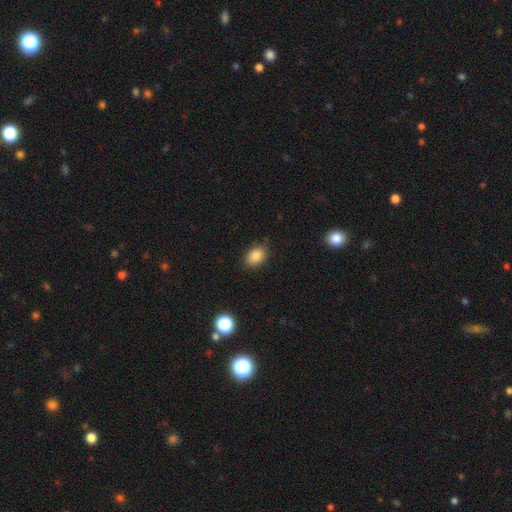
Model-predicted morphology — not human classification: Overall: smooth (85%). How rounded: in between (76%). Merging: none (80%).